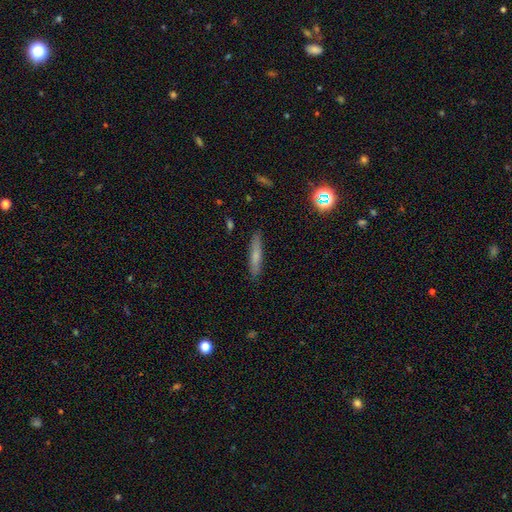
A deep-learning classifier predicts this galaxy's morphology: Q: Smooth or featured?
A: smooth (67%); runner-up: featured or disk (24%)
Q: How rounded?
A: cigar-shaped (91%); runner-up: in between (8%)
Q: Merging?
A: none (89%); runner-up: minor disturbance (8%)